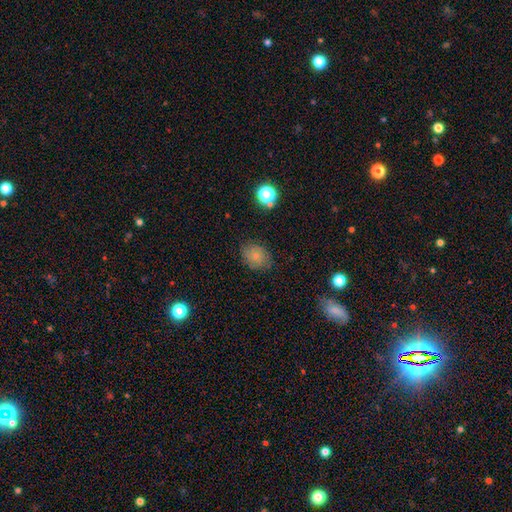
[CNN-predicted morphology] The model was most divided on "how rounded": round: 57%, in between: 42%, cigar-shaped: 1%. More confident: merging — none (78%); smooth or featured — smooth (72%).